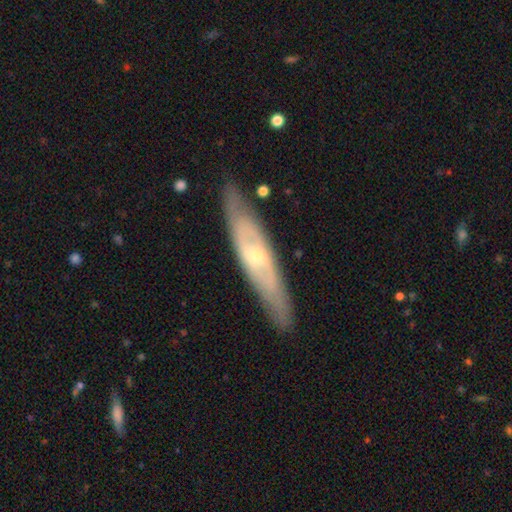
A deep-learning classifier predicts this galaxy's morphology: This is likely a featured or disk galaxy (70%). It is possibly not viewed edge-on (53%). Merging: clearly none (83%).